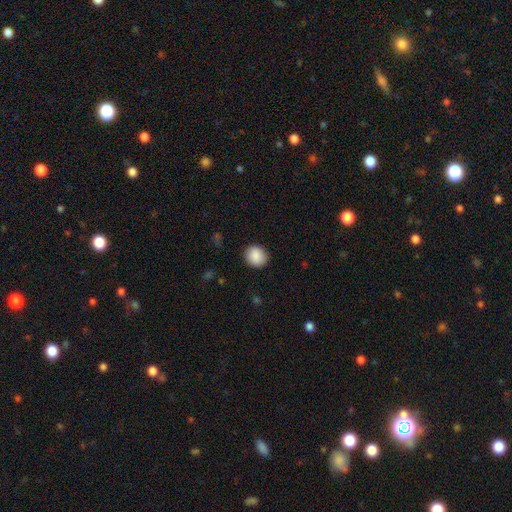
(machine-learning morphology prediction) This is clearly a smooth galaxy (90%). How rounded: likely round (77%). Merging: clearly none (88%).